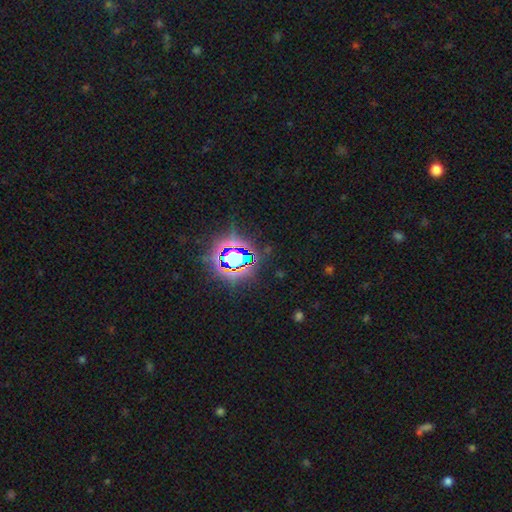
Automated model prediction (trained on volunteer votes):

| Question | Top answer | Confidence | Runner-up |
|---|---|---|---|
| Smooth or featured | star or artifact | 81% | smooth (12%) |